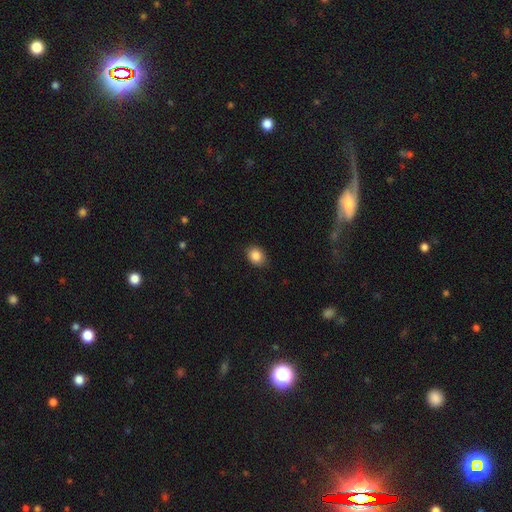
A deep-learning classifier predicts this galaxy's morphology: Q: Smooth or featured?
A: smooth (87%); runner-up: star or artifact (8%)
Q: How rounded?
A: in between (56%); runner-up: round (43%)
Q: Merging?
A: none (85%); runner-up: minor disturbance (12%)